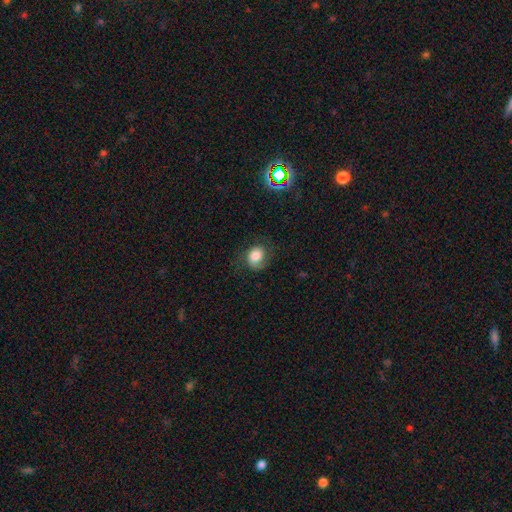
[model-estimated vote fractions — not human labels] Smooth or featured?
  - smooth: 63% *
  - featured or disk: 28%
  - star or artifact: 9%
How rounded?
  - round: 56% *
  - in between: 43%
  - cigar-shaped: 1%
Merging?
  - none: 61% *
  - minor disturbance: 22%
  - major disturbance: 16%
  - merger: 1%